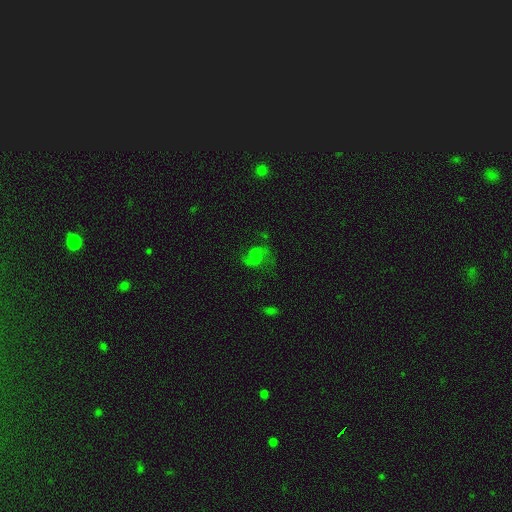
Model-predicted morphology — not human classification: Q: Smooth or featured?
A: featured or disk (55%); runner-up: smooth (30%)
Q: Edge-on disk?
A: no (97%); runner-up: yes (3%)
Q: Bar?
A: no (48%); runner-up: weak (42%)
Q: Spiral arms?
A: yes (84%); runner-up: no (16%)
Q: Bulge size?
A: none (38%); runner-up: small (29%)
Q: Merging?
A: none (53%); runner-up: major disturbance (24%)